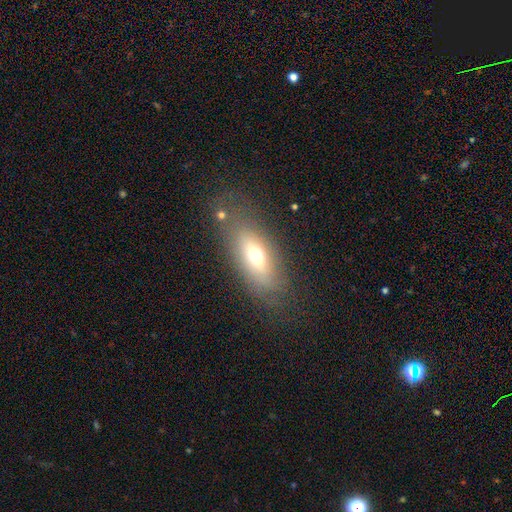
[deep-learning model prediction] Morphology: type=smooth (60%); roundness=in between (77%); merging=none (71%).